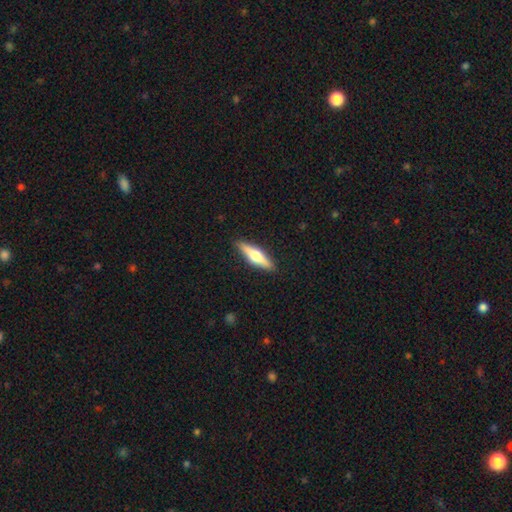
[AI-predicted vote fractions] smooth-or-featured: featured or disk: 54% | smooth: 41% | star or artifact: 5%
  disk-edge-on: yes: 95% | no: 5%
    edge-on-bulge: rounded: 94% | boxy: 4% | none: 3%
  merging: none: 91% | minor disturbance: 7% | major disturbance: 2% | merger: 1%